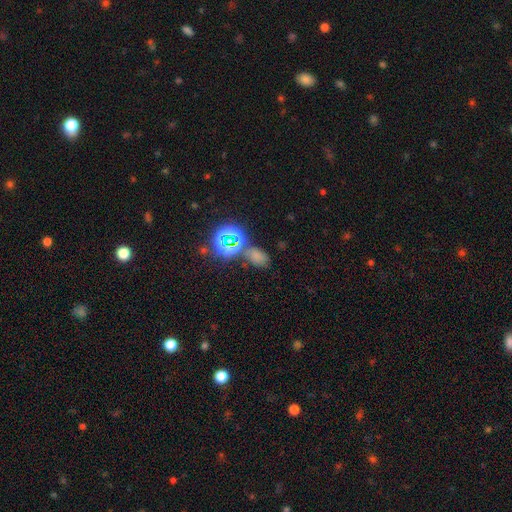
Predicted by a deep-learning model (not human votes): This appears to be a smooth galaxy with no disk features (56%) that is in between round and cigar-shaped (78%). Merging: none (60%).